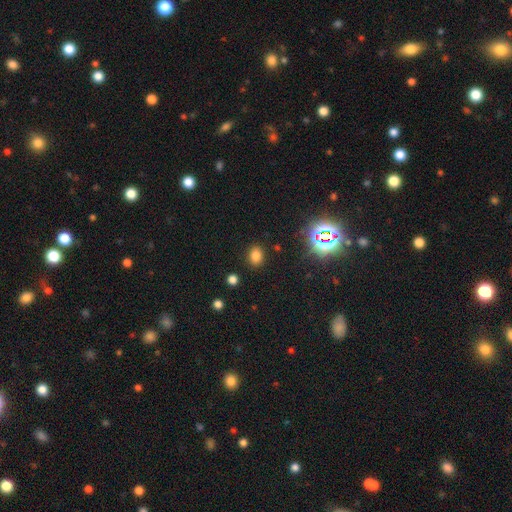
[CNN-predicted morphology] Smooth or featured? Predicted: smooth (p=0.76). How rounded? Predicted: in between (p=0.64). Merging? Predicted: none (p=0.86).